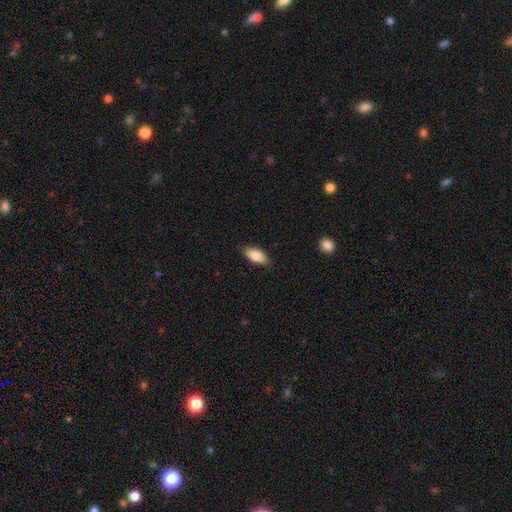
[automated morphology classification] Overall: smooth (85%). How rounded: in between (89%). Merging: none (84%).